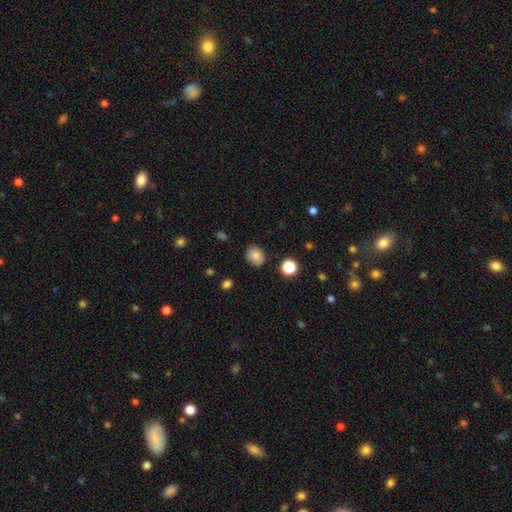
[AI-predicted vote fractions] Q: Smooth or featured?
A: smooth (84%); runner-up: star or artifact (10%)
Q: How rounded?
A: round (53%); runner-up: in between (46%)
Q: Merging?
A: none (83%); runner-up: minor disturbance (13%)